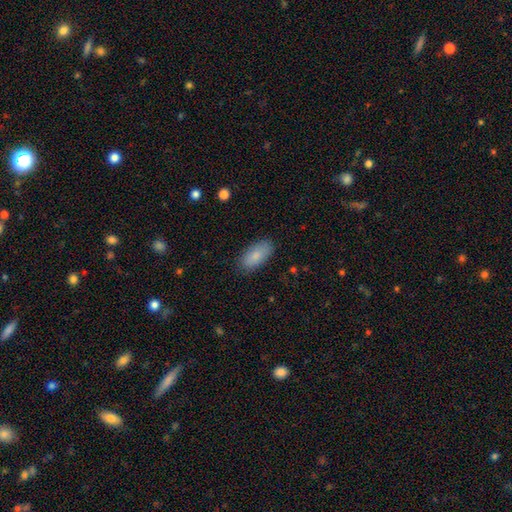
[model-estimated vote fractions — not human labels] smooth 85%, featured or disk 9%, star or artifact 6%. Down the decision tree: how rounded — in between (91%); merging — none (86%).